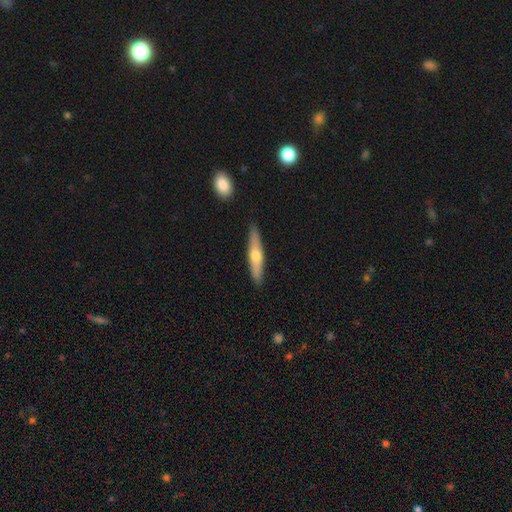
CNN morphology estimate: Smooth or featured? smooth (48%)
Merging? none (88%)